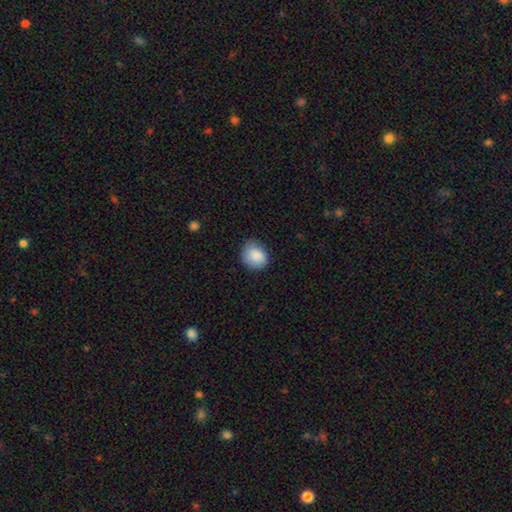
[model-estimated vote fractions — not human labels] This appears to be a smooth galaxy with no disk features (88%) that is round (67%). Merging: none (71%).